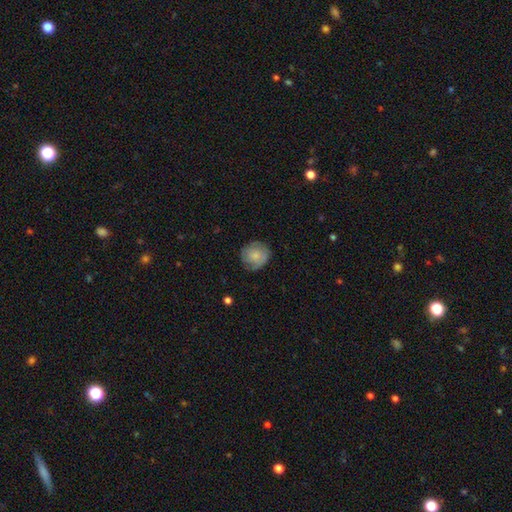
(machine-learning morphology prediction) smooth 67%, featured or disk 26%, star or artifact 7%. Down the decision tree: how rounded — round (89%); merging — none (74%).